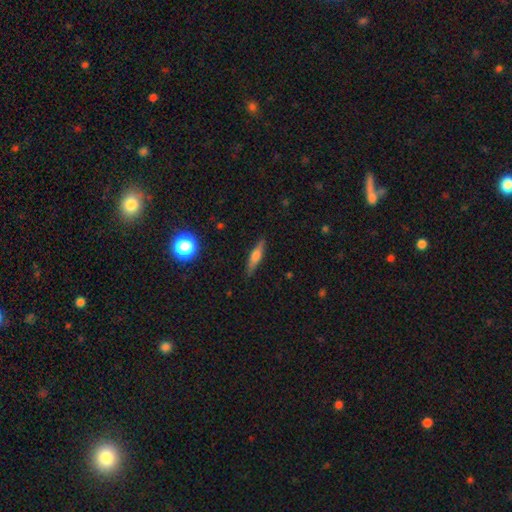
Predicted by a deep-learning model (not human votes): Morphology: type=smooth (47%); merging=none (88%).